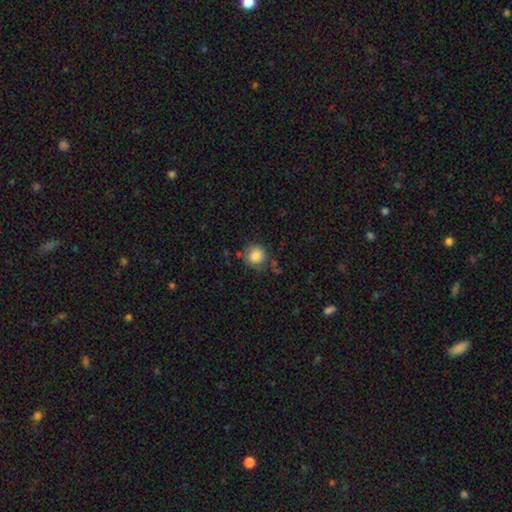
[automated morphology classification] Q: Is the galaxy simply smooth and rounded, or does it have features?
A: smooth — 84%.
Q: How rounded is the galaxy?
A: round — 90%.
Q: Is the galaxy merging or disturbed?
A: none — 75%.